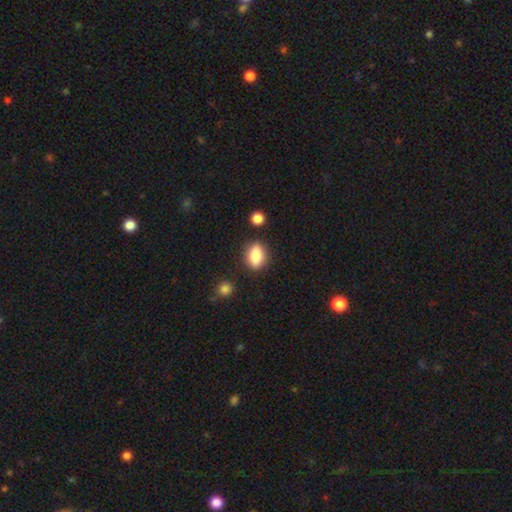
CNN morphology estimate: A smooth galaxy with no disk features (80%) that is in between round and cigar-shaped (73%). Merging: none (82%).